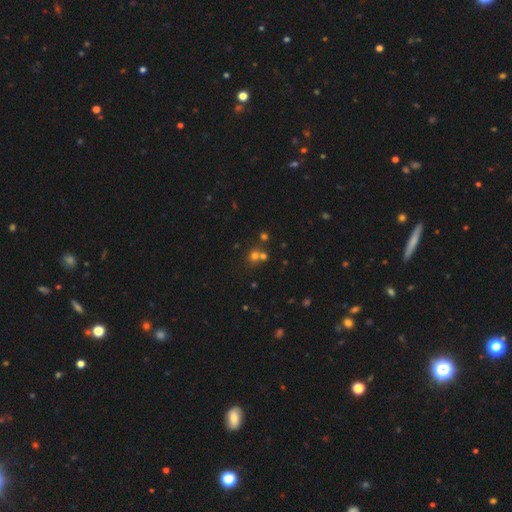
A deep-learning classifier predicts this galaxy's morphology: A smooth galaxy with no disk features (55%) that is round (86%). Merging: none (54%).